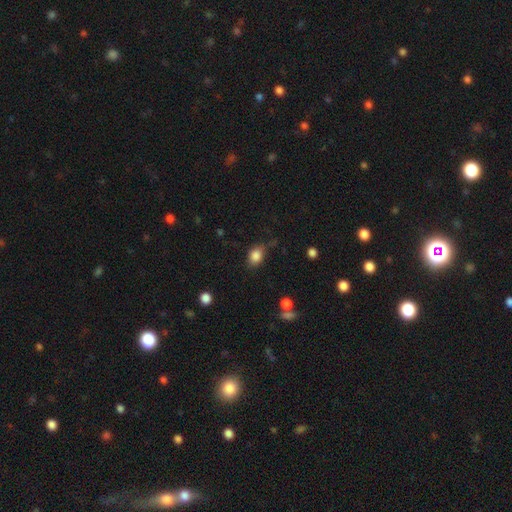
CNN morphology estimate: A smooth galaxy with no disk features (84%) that is in between round and cigar-shaped (61%).

Vote fractions:
- Smooth or featured? smooth: 84% / star or artifact: 10% / featured or disk: 6%
- How rounded? in between: 61% / round: 37% / cigar-shaped: 1%
- Merging? none: 65% / minor disturbance: 25% / major disturbance: 7% / merger: 3%